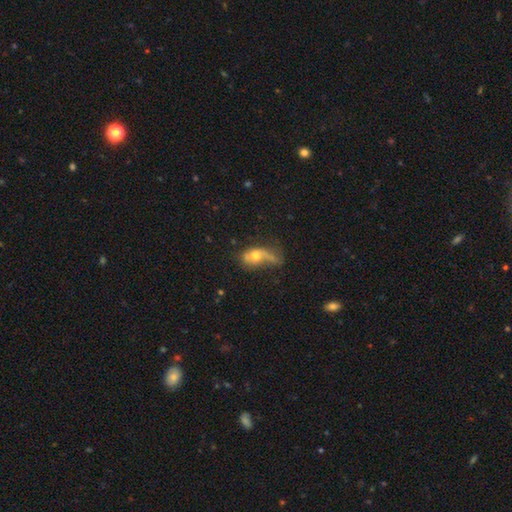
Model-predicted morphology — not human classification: smooth 55%, featured or disk 34%, star or artifact 11%. Down the decision tree: how rounded — in between (71%); merging — major disturbance (44%).